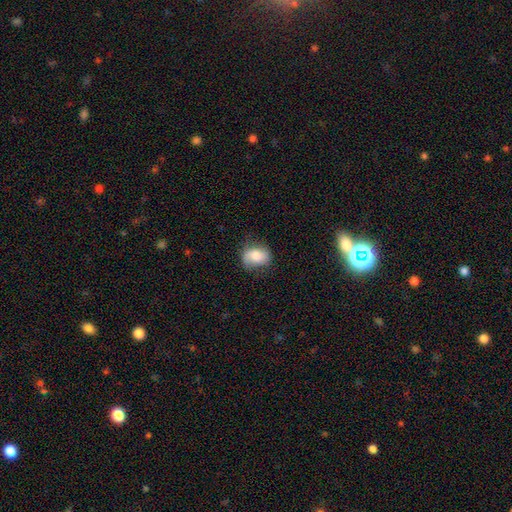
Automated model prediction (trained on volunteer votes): Smooth or featured? Predicted: smooth (p=0.65). How rounded? Predicted: in between (p=0.57). Merging? Predicted: none (p=0.66).